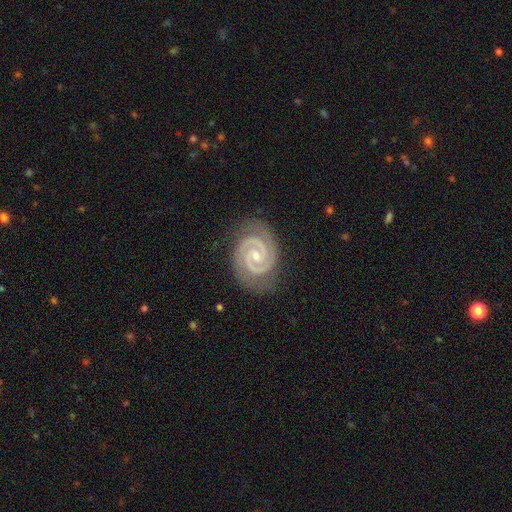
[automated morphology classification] Smooth or featured? Predicted: featured or disk (p=0.94). Edge-on disk? Predicted: no (p=0.98). Bar? Predicted: no (p=0.54). Spiral arms? Predicted: yes (p=0.99). Spiral winding? Predicted: tight (p=0.70). Spiral arm count? Predicted: 2 (p=0.93). Bulge size? Predicted: small (p=0.66). Merging? Predicted: none (p=0.83).